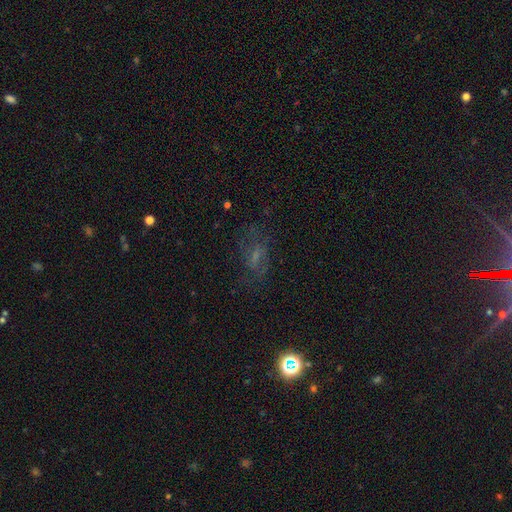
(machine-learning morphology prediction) A featured or disk galaxy (37%).

Vote fractions:
- Smooth or featured? featured or disk: 37% / smooth: 34% / star or artifact: 28%
- Merging? none: 62% / major disturbance: 18% / minor disturbance: 18% / merger: 2%